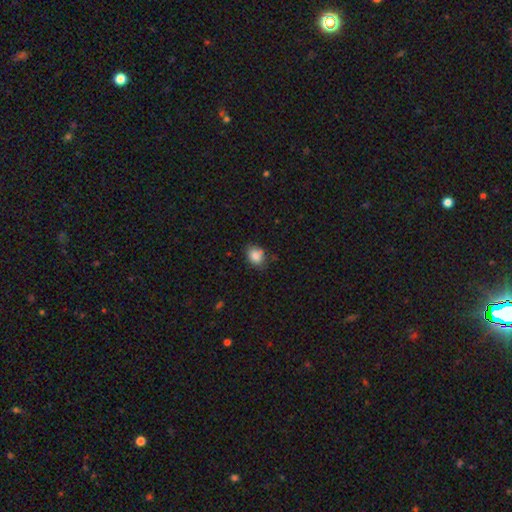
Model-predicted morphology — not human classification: type=smooth (84%); roundness=in between (60%); merging=none (72%).